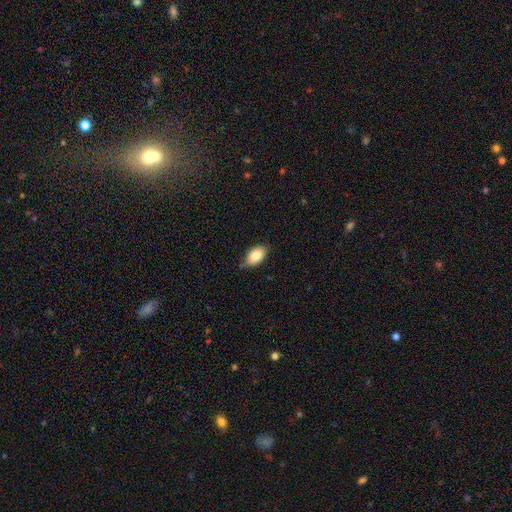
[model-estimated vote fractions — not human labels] Smooth or featured? smooth (85%)
How rounded? in between (92%)
Merging? none (77%)